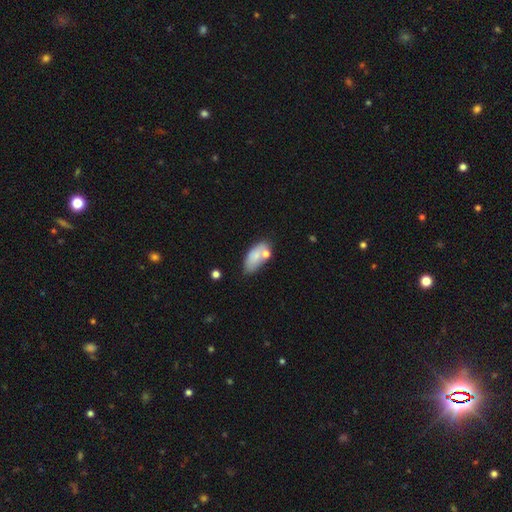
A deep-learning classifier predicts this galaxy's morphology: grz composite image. It shows a smooth galaxy with no disk features (72%) that is in between round and cigar-shaped (91%). Merging: none (53%).